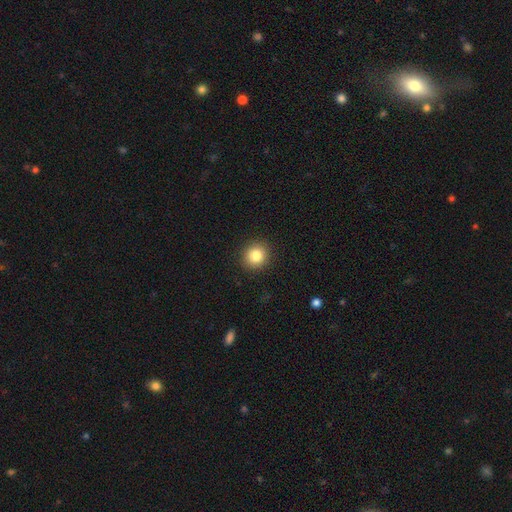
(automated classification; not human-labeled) Smooth or featured?
  - smooth: 83% *
  - star or artifact: 10%
  - featured or disk: 7%
How rounded?
  - round: 87% *
  - in between: 13%
  - cigar-shaped: 1%
Merging?
  - none: 91% *
  - minor disturbance: 6%
  - major disturbance: 2%
  - merger: 1%